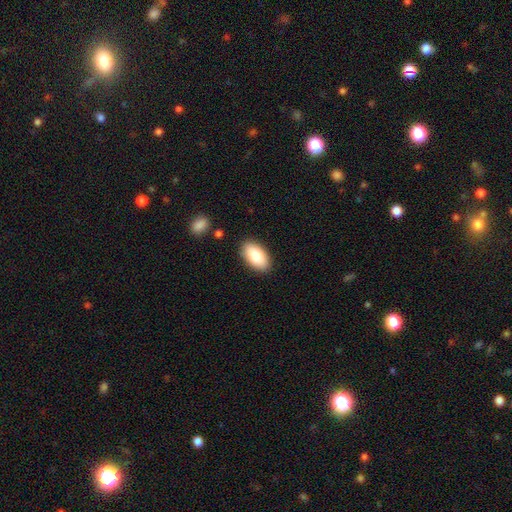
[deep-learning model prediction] A smooth galaxy with no disk features (82%) that is in between round and cigar-shaped (94%). Merging: none (87%).